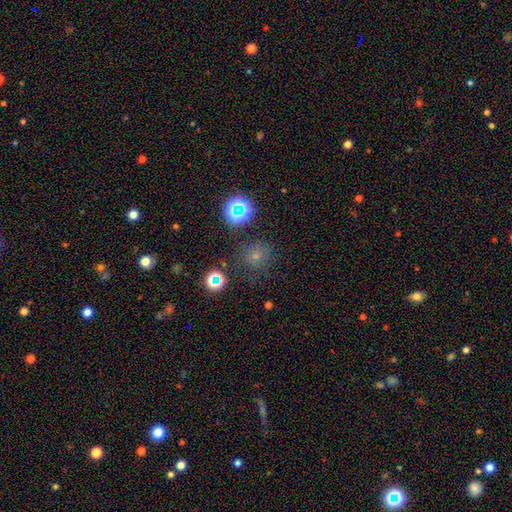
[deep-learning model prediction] Smooth or featured? Predicted: smooth (p=0.60). How rounded? Predicted: round (p=0.89). Merging? Predicted: none (p=0.80).